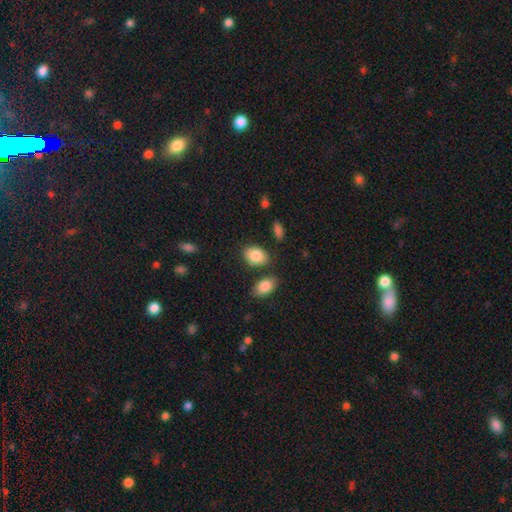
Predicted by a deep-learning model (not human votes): This is clearly a smooth galaxy (85%). How rounded: clearly in between (83%). Merging: likely none (75%).